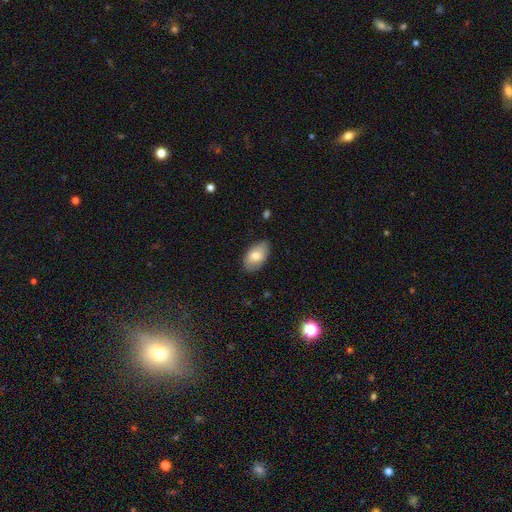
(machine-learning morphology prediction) The model was most divided on "smooth or featured": smooth: 76%, featured or disk: 17%, star or artifact: 7%. More confident: how rounded — in between (93%); merging — none (82%).